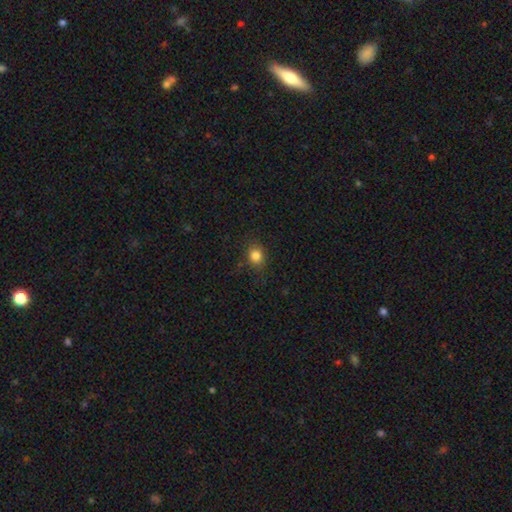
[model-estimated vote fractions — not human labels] This appears to be a smooth galaxy with no disk features (83%) that is round (57%). Merging: none (84%).